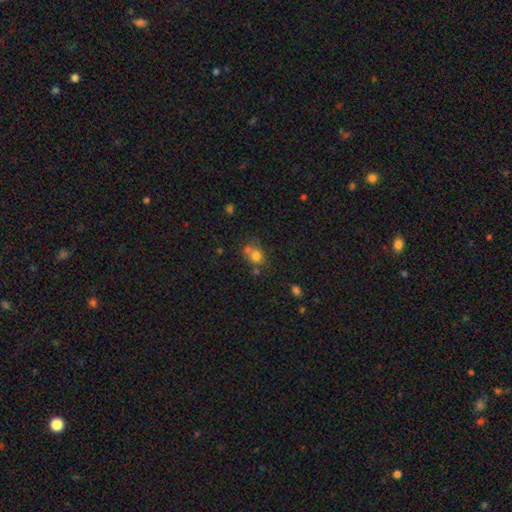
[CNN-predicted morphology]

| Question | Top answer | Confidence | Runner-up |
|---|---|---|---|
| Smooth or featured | smooth | 73% | star or artifact (14%) |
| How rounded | round | 71% | in between (28%) |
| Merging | none | 46% | merger (35%) |